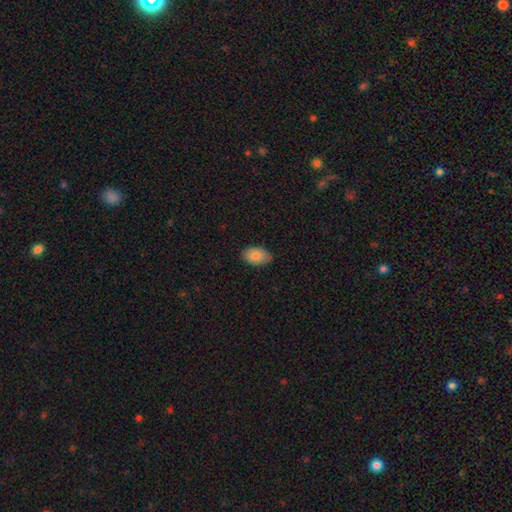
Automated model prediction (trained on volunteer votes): A smooth galaxy with no disk features (87%) that is in between round and cigar-shaped (93%). Merging: none (83%).